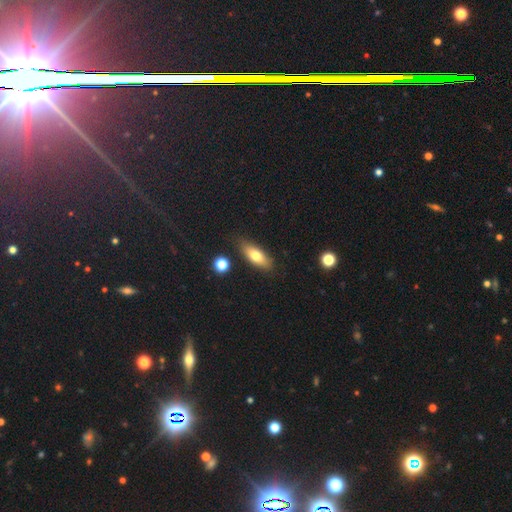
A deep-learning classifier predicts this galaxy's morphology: Q: Smooth or featured?
A: smooth (70%); runner-up: featured or disk (23%)
Q: How rounded?
A: in between (68%); runner-up: cigar-shaped (29%)
Q: Merging?
A: none (82%); runner-up: minor disturbance (12%)